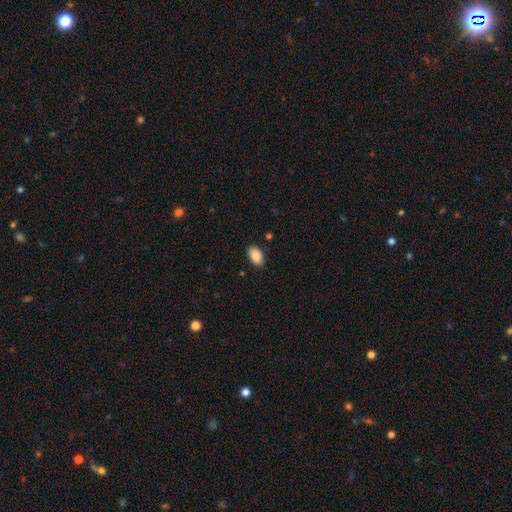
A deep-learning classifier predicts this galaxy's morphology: smooth-or-featured: smooth: 90% | star or artifact: 7% | featured or disk: 4%
  how-rounded: in between: 93% | round: 6% | cigar-shaped: 1%
  merging: none: 86% | minor disturbance: 10% | major disturbance: 2% | merger: 1%